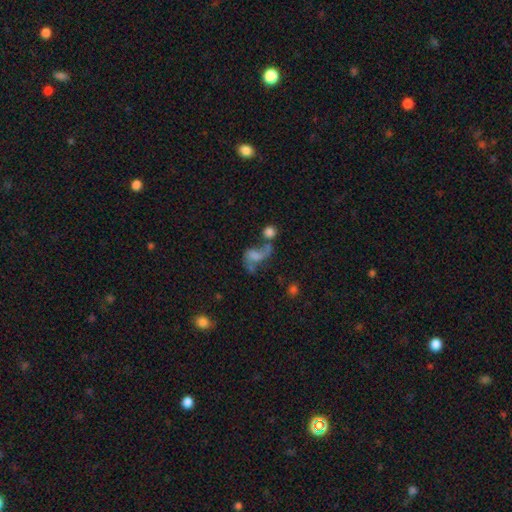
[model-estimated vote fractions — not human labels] smooth_or_featured: featured or disk (p=0.46) [alt: smooth p=0.39]
merging: merger (p=0.37) [alt: major disturbance p=0.27]